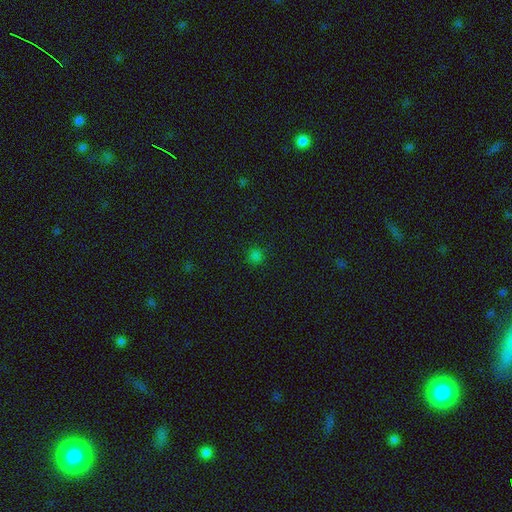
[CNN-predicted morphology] smooth_or_featured: smooth (p=0.76) [alt: star or artifact p=0.21]
how_rounded: round (p=0.91) [alt: in between p=0.07]
merging: none (p=0.87) [alt: minor disturbance p=0.09]